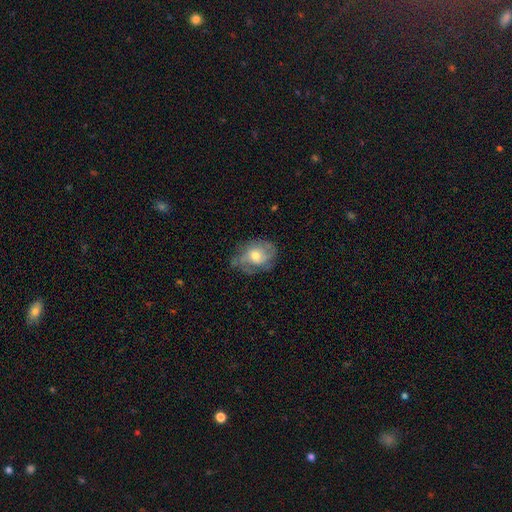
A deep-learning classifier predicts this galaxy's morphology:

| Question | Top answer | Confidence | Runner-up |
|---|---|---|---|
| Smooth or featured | featured or disk | 54% | smooth (38%) |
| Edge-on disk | no | 96% | yes (4%) |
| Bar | no | 72% | weak (24%) |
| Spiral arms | yes | 74% | no (26%) |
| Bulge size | moderate | 64% | small (26%) |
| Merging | none | 57% | minor disturbance (28%) |